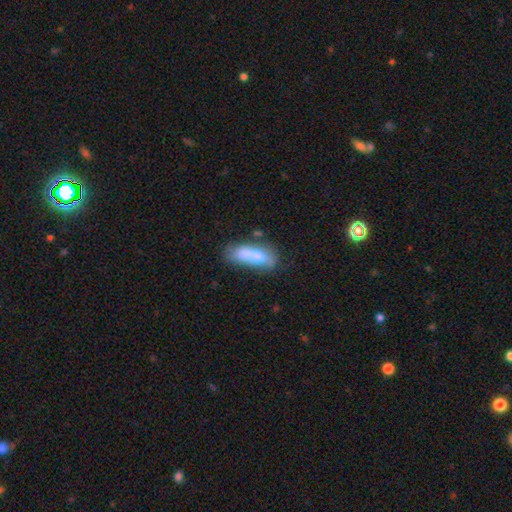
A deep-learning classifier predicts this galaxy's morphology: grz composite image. It shows a smooth galaxy with no disk features (66%) that is in between round and cigar-shaped (67%). Merging: merger (33%, tied with none).